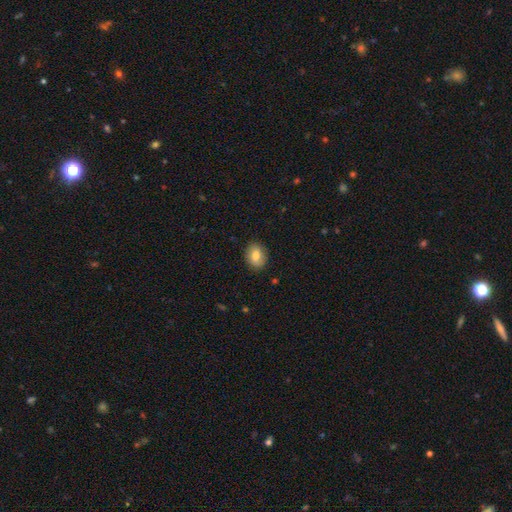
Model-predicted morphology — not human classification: Q: Smooth or featured?
A: smooth (78%); runner-up: featured or disk (14%)
Q: How rounded?
A: in between (63%); runner-up: round (36%)
Q: Merging?
A: none (87%); runner-up: minor disturbance (10%)